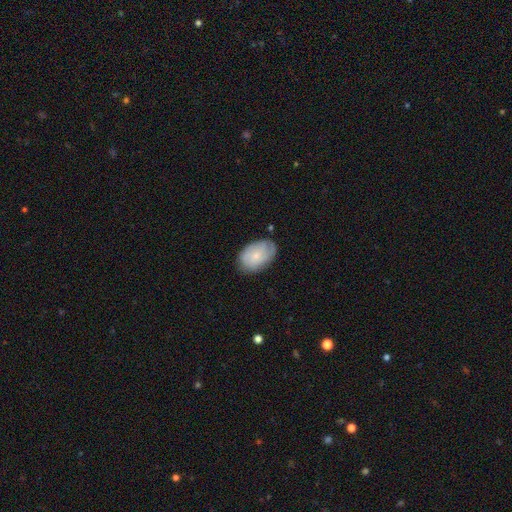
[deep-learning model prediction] Smooth or featured?
  - smooth: 67% *
  - featured or disk: 26%
  - star or artifact: 7%
How rounded?
  - in between: 88% *
  - round: 11%
  - cigar-shaped: 1%
Merging?
  - none: 73% *
  - minor disturbance: 21%
  - major disturbance: 5%
  - merger: 1%